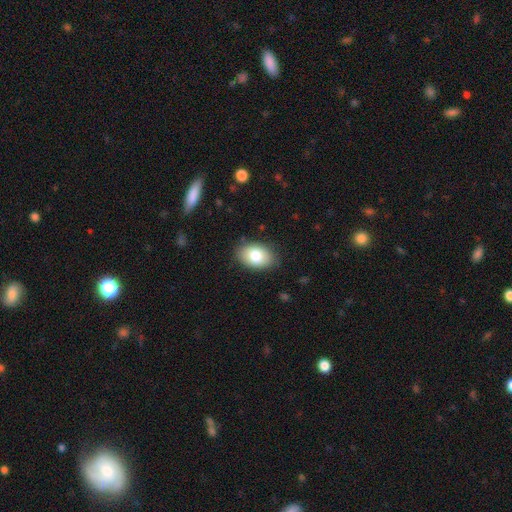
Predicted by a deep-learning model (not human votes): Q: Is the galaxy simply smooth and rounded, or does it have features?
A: smooth — 81%.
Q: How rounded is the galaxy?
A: in between — 87%.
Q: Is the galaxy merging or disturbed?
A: none — 84%.